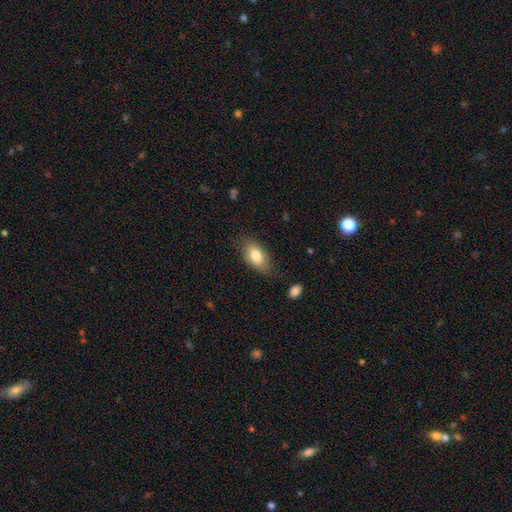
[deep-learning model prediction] smooth_or_featured: smooth (p=0.79) [alt: featured or disk p=0.15]
how_rounded: in between (p=0.89) [alt: cigar-shaped p=0.06]
merging: none (p=0.75) [alt: minor disturbance p=0.18]